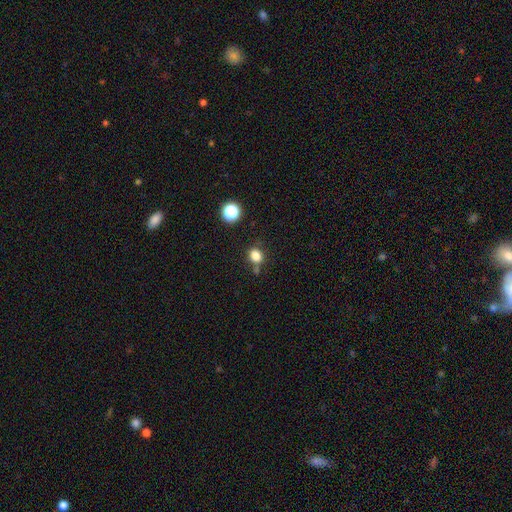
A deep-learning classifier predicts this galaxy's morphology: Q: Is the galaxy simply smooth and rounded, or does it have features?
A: smooth — 82%.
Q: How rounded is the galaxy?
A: round — 68%.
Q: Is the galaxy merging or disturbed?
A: none — 72%.